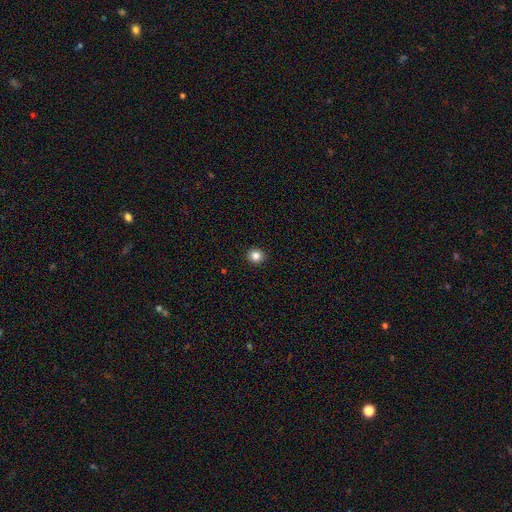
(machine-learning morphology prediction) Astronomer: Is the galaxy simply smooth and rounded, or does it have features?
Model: smooth — 84%.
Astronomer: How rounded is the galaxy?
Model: round — 89%.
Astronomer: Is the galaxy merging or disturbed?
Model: none — 93%.